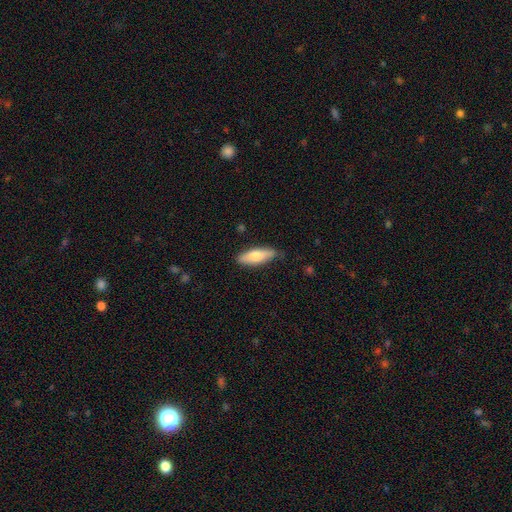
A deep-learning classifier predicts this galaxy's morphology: Overall: smooth (71%). How rounded: in between (59%; cigar-shaped 39%). Merging: none (80%).